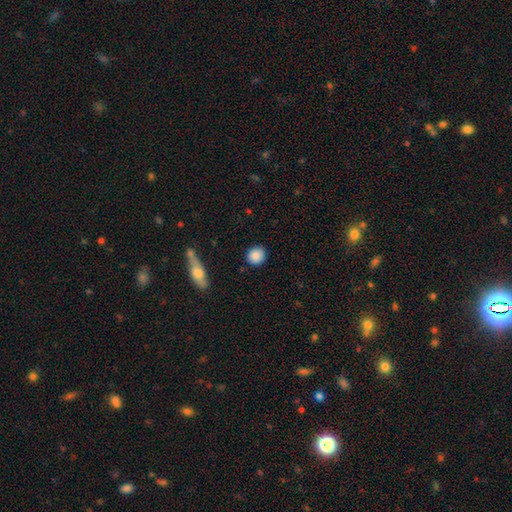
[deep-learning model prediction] A smooth galaxy with no disk features (88%) that is round (87%). Merging: none (87%).